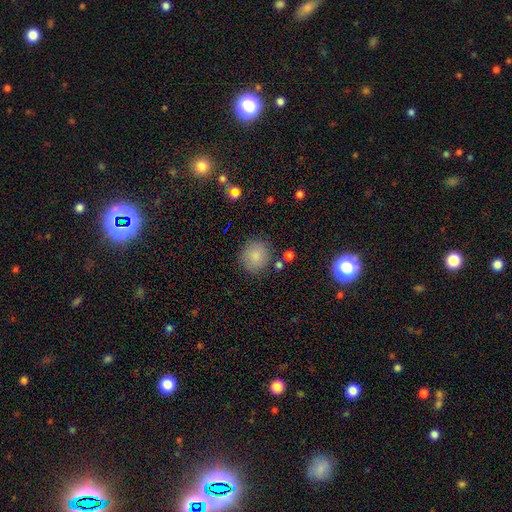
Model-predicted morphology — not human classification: type=smooth (85%); roundness=round (86%); merging=none (80%).